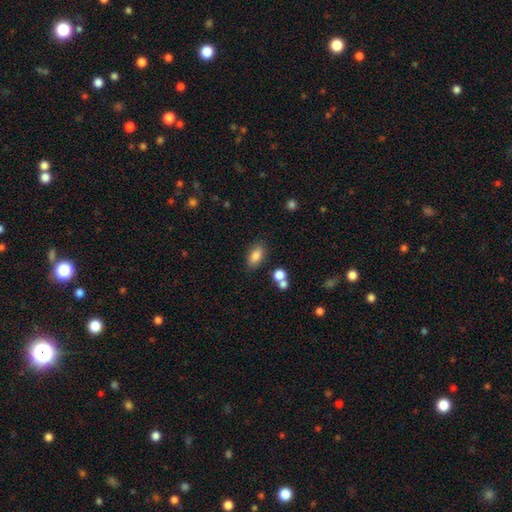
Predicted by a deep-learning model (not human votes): Smooth or featured? Predicted: smooth (p=0.84). How rounded? Predicted: in between (p=0.89). Merging? Predicted: none (p=0.79).